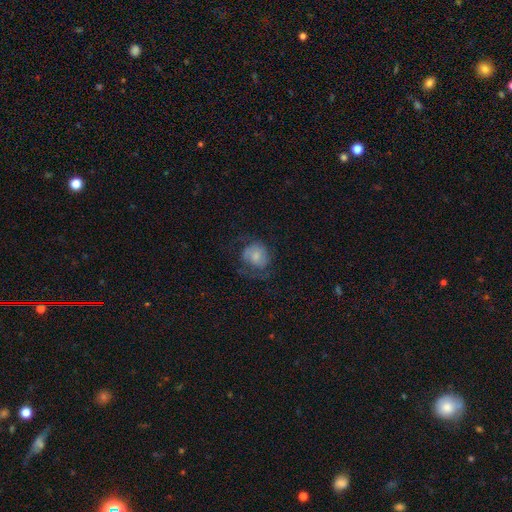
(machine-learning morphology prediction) smooth_or_featured: smooth (p=0.55) [alt: featured or disk p=0.35]
how_rounded: round (p=0.73) [alt: in between p=0.26]
merging: none (p=0.46) [alt: major disturbance p=0.29]